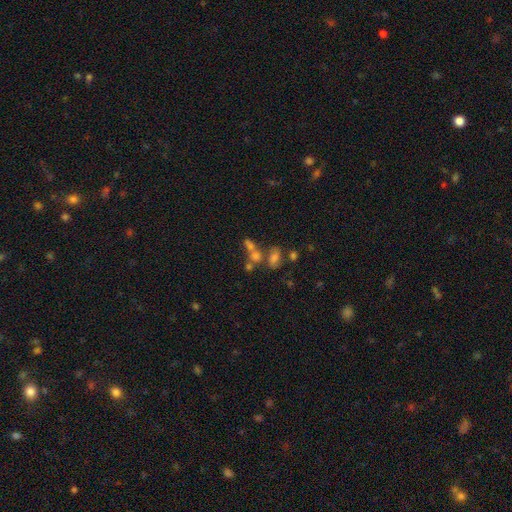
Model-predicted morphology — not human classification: smooth-or-featured: smooth: 55% | star or artifact: 22% | featured or disk: 22%
  how-rounded: in between: 63% | round: 32% | cigar-shaped: 5%
  merging: merger: 46% | none: 34% | minor disturbance: 10% | major disturbance: 9%